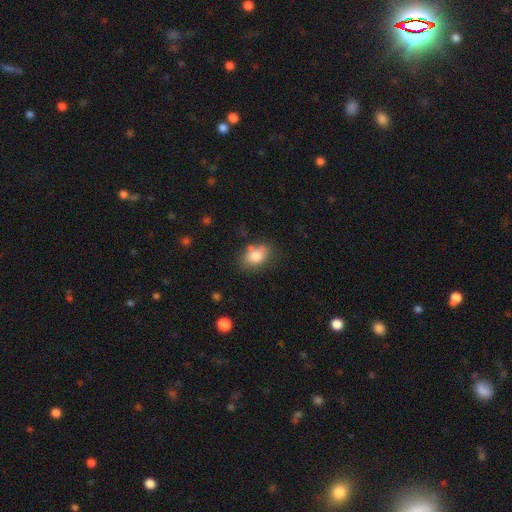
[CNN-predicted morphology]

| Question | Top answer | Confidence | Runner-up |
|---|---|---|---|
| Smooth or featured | smooth | 80% | featured or disk (11%) |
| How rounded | in between | 77% | round (21%) |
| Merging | none | 66% | minor disturbance (21%) |